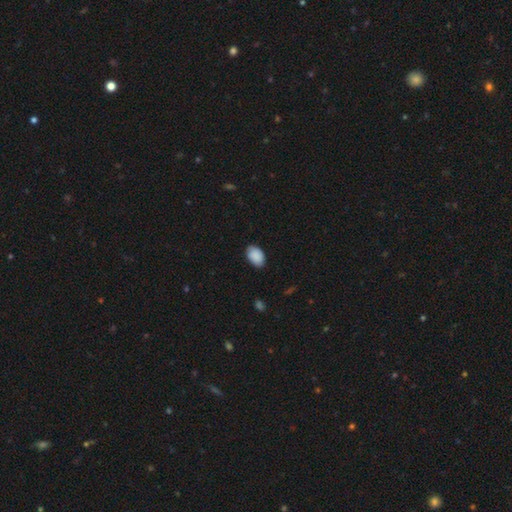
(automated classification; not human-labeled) This appears to be a smooth galaxy with no disk features (90%) that is in between round and cigar-shaped (88%). Merging: none (81%).